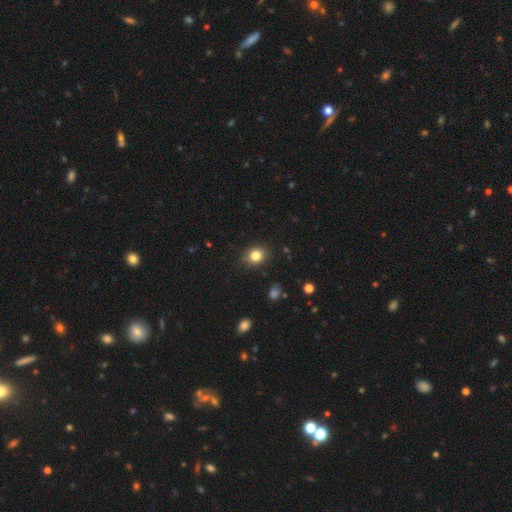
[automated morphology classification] smooth-or-featured: smooth: 83% | star or artifact: 11% | featured or disk: 6%
  how-rounded: round: 68% | in between: 31% | cigar-shaped: 1%
  merging: none: 86% | minor disturbance: 10% | major disturbance: 2% | merger: 1%